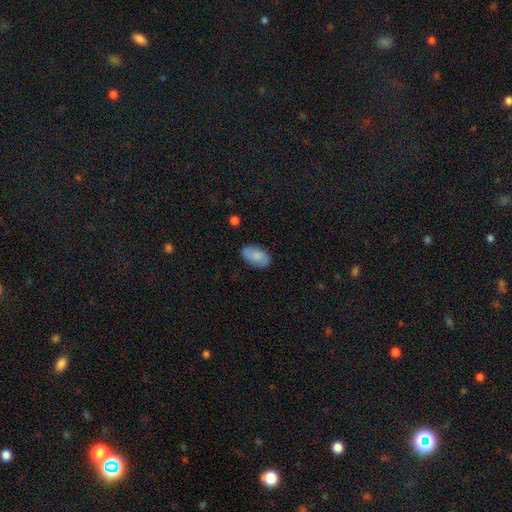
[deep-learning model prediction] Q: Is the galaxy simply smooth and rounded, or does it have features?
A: smooth — 79%.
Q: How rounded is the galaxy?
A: in between — 94%.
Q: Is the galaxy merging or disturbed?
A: none — 81%.